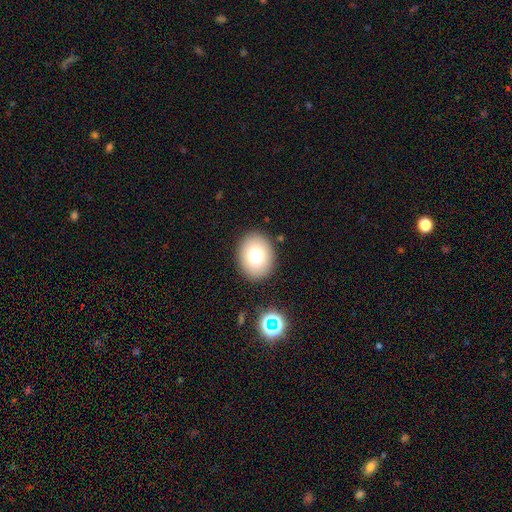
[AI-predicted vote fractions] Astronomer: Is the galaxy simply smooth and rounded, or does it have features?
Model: smooth — 76%.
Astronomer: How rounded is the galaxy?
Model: in between — 52% (runner-up: round, 47%).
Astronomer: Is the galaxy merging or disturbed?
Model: none — 88%.